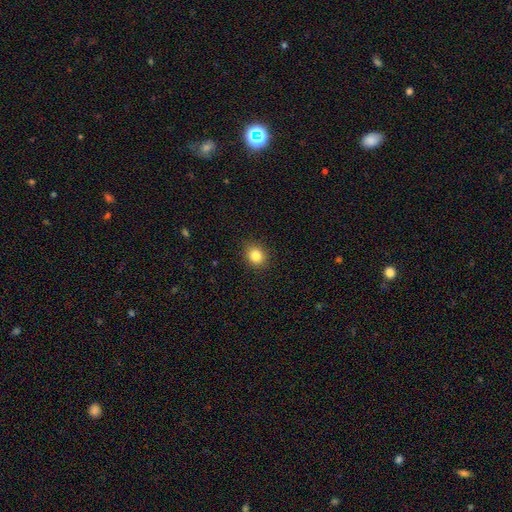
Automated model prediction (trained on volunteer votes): Smooth or featured? Predicted: smooth (p=0.84). How rounded? Predicted: round (p=0.72). Merging? Predicted: none (p=0.88).